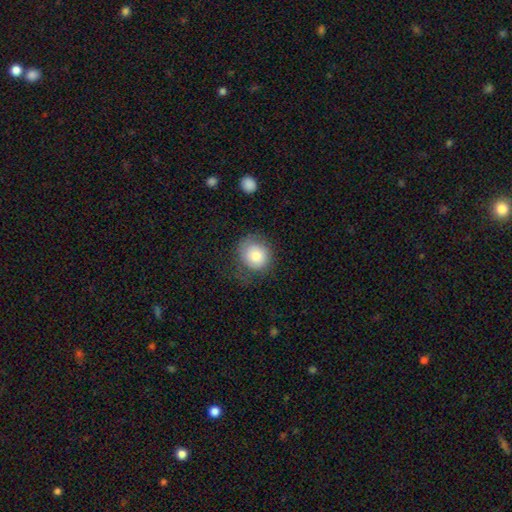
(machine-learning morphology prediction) The model was most divided on "merging": none: 61%, minor disturbance: 23%, major disturbance: 14%, merger: 2%. More confident: how rounded — round (81%); smooth or featured — smooth (77%).